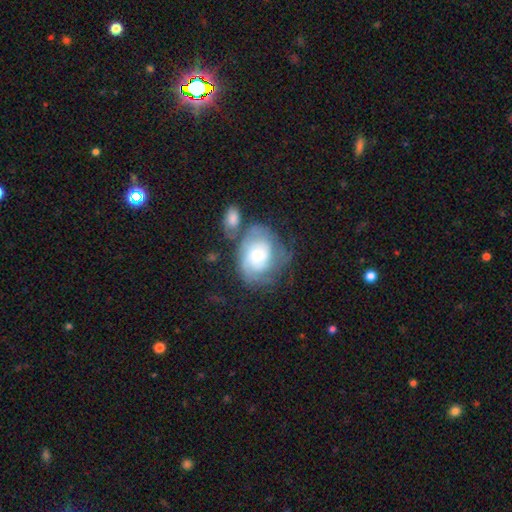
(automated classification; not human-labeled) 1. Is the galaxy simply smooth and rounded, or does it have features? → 65% featured or disk, 28% smooth, 7% star or artifact.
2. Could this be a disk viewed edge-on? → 97% no, 3% yes.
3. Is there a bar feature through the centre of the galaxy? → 77% no, 20% weak, 3% strong.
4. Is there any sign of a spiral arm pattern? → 85% yes, 15% no.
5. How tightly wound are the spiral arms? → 51% tight, 34% medium, 15% loose.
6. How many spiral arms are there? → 45% can't tell, 22% 2, 16% 3, 7% 4, 6% 1, 4% more than 4.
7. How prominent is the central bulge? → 42% moderate, 41% small, 12% large, 2% dominant, 2% none.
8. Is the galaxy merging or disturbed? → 43% none, 22% minor disturbance, 18% major disturbance, 17% merger.